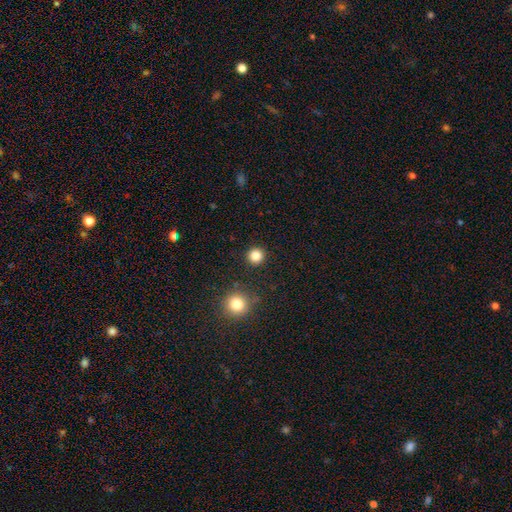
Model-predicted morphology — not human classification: smooth_or_featured: smooth (p=0.83) [alt: star or artifact p=0.13]
how_rounded: round (p=0.94) [alt: in between p=0.05]
merging: none (p=0.91) [alt: minor disturbance p=0.05]